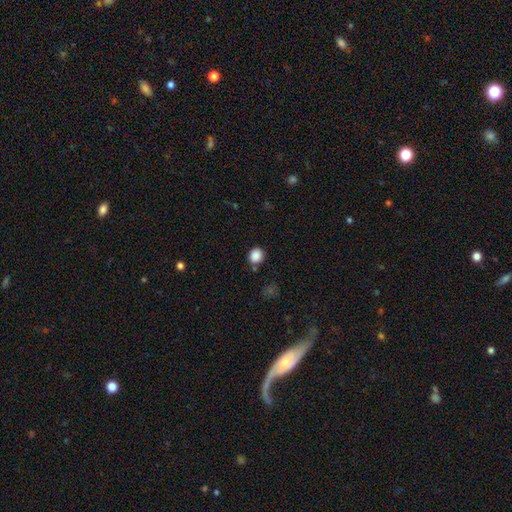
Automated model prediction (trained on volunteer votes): smooth-or-featured: smooth: 87% | star or artifact: 10% | featured or disk: 3%
  how-rounded: round: 76% | in between: 23% | cigar-shaped: 1%
  merging: none: 81% | minor disturbance: 11% | merger: 5% | major disturbance: 3%